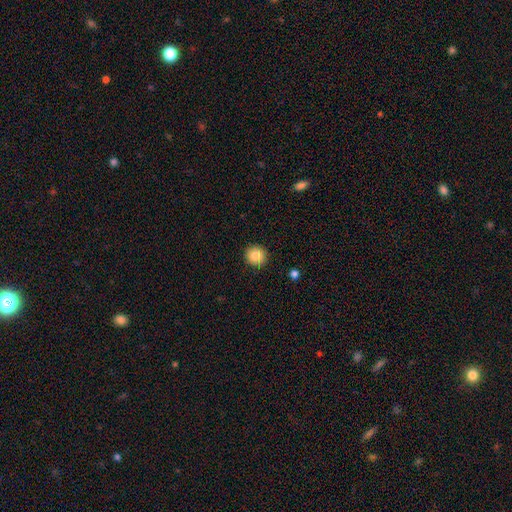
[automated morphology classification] A smooth galaxy with no disk features (85%) that is round (92%).

Vote fractions:
- Smooth or featured? smooth: 85% / star or artifact: 9% / featured or disk: 5%
- How rounded? round: 92% / in between: 7% / cigar-shaped: 1%
- Merging? none: 91% / minor disturbance: 6% / major disturbance: 2% / merger: 1%